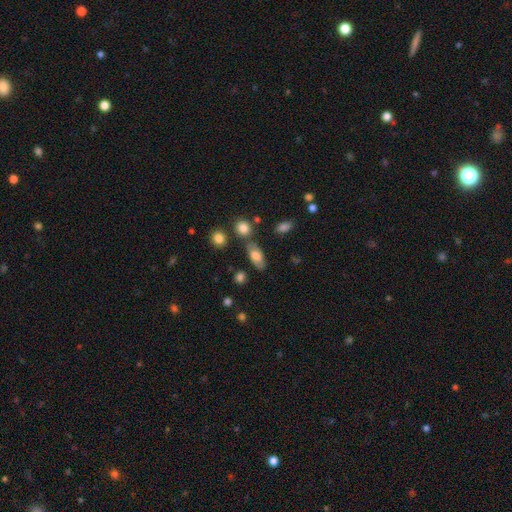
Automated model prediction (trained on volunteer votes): smooth 67%, featured or disk 25%, star or artifact 9%. Down the decision tree: how rounded — in between (85%); merging — none (69%).